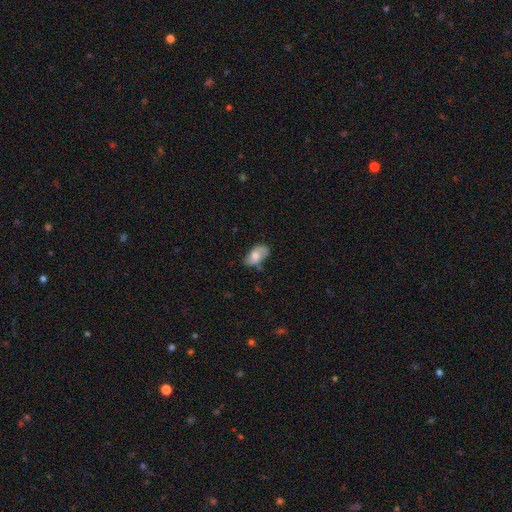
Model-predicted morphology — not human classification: smooth_or_featured: smooth (p=0.68) [alt: featured or disk p=0.24]
how_rounded: in between (p=0.92) [alt: round p=0.06]
merging: none (p=0.54) [alt: minor disturbance p=0.33]